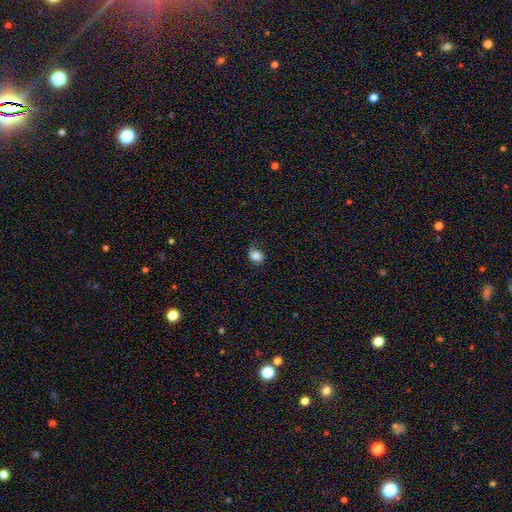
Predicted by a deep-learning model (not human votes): A smooth galaxy with no disk features (85%) that is round (54%). Merging: none (69%).